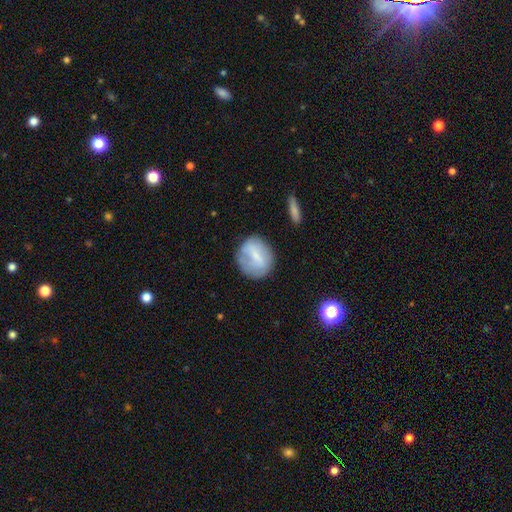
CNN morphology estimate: Smooth or featured? Predicted: smooth (p=0.63). How rounded? Predicted: round (p=0.72). Merging? Predicted: none (p=0.71).